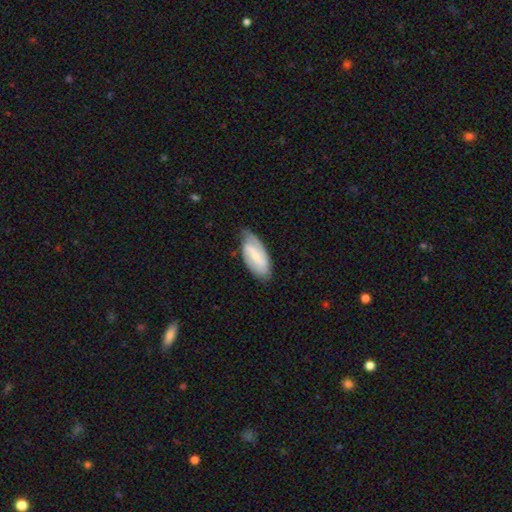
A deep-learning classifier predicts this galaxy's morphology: This is likely a featured or disk galaxy (66%). It is clearly not viewed edge-on (94%). Bar: possibly strong (49%). Spiral arm pattern: clearly yes (86%). Spiral arm count: clearly 2 (82%). Spiral winding: marginally medium (42%). Central bulge: likely small (61%). Merging: likely none (75%).